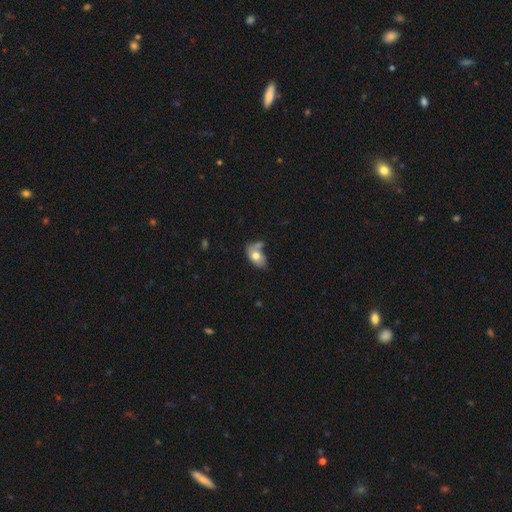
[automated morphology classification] type=smooth (71%); roundness=in between (88%); merging=none (37%).